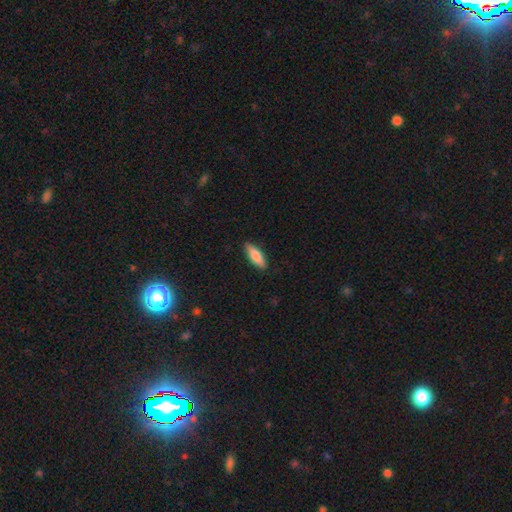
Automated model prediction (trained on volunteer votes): Smooth or featured? smooth (79%)
How rounded? in between (53%)
Merging? none (88%)